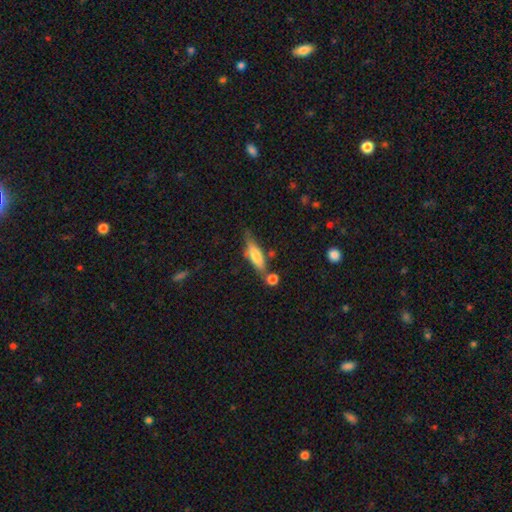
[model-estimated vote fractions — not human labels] Smooth or featured: smooth — 66% (featured or disk — 27%)
How rounded: cigar-shaped — 62% (in between — 36%)
Merging: none — 58% (minor disturbance — 21%)